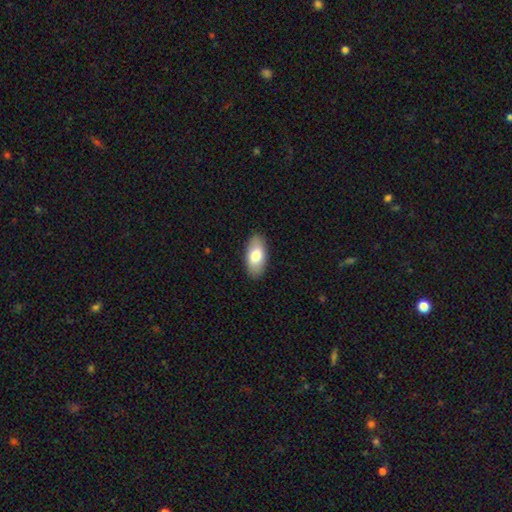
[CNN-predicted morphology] Smooth or featured? Predicted: smooth (p=0.77). How rounded? Predicted: in between (p=0.93). Merging? Predicted: none (p=0.89).